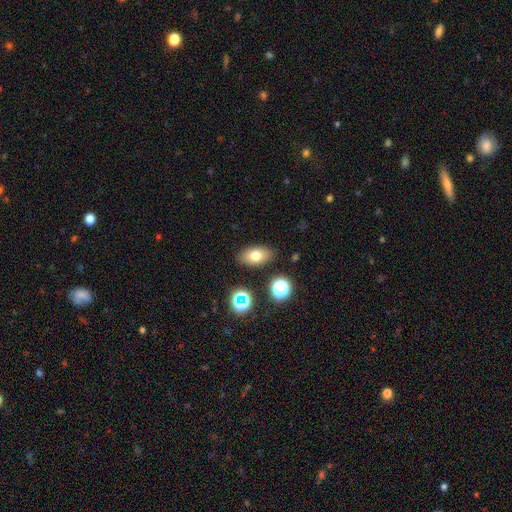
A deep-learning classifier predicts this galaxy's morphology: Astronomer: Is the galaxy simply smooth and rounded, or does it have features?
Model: smooth — 74%.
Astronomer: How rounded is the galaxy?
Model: in between — 88%.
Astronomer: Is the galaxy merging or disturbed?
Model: none — 85%.